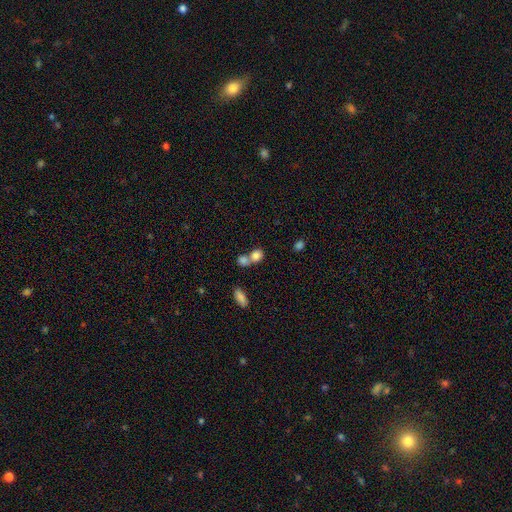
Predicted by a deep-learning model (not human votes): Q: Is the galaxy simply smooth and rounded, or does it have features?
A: smooth — 82%.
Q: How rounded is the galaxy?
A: round — 53%.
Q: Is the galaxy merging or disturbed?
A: merger — 57%.